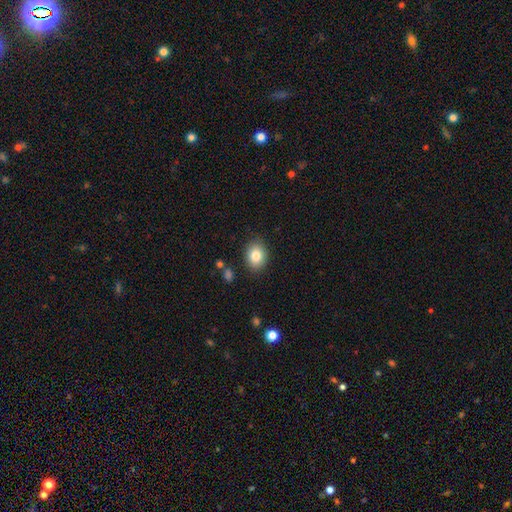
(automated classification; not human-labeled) Overall: smooth (83%). How rounded: in between (57%; round 42%). Merging: none (87%).